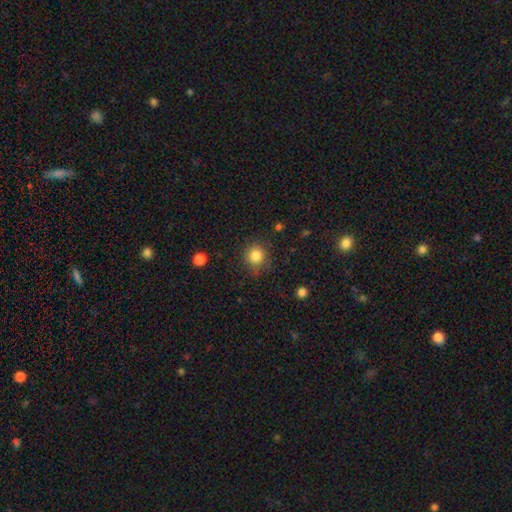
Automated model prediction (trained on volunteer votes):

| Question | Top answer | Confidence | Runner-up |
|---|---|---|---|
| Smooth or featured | smooth | 84% | star or artifact (11%) |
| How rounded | round | 89% | in between (10%) |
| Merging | none | 81% | minor disturbance (13%) |